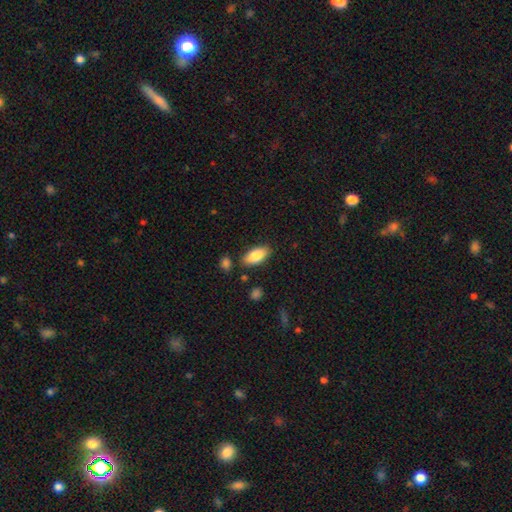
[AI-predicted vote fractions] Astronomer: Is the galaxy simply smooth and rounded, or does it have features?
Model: smooth — 85%.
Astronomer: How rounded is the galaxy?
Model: in between — 89%.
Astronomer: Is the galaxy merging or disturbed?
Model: none — 82%.